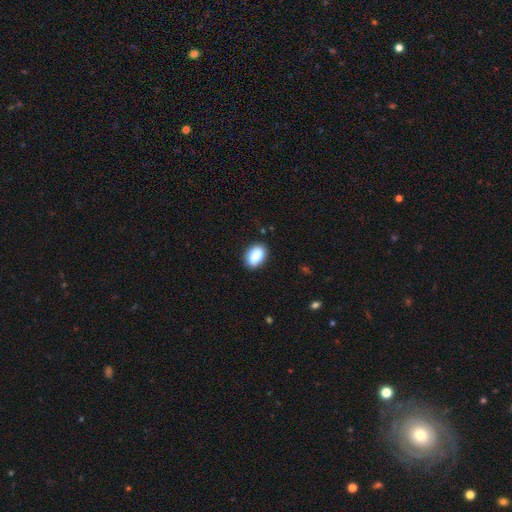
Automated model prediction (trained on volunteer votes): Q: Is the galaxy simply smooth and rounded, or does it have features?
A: smooth — 88%.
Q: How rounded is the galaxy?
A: in between — 87%.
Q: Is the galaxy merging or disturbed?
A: none — 84%.